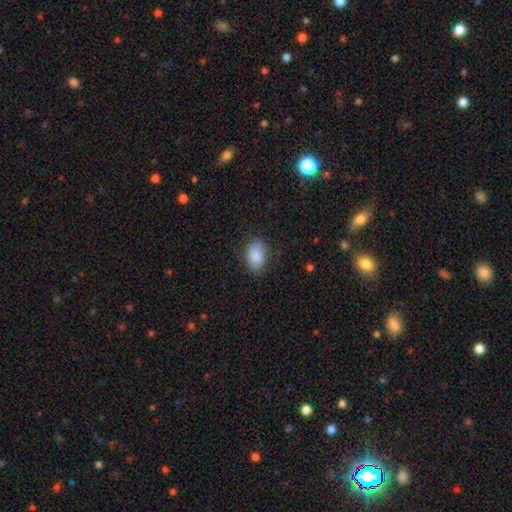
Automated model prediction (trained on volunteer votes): Smooth or featured?
  - smooth: 88% *
  - star or artifact: 7%
  - featured or disk: 5%
How rounded?
  - in between: 89% *
  - round: 10%
  - cigar-shaped: 1%
Merging?
  - none: 82% *
  - minor disturbance: 14%
  - major disturbance: 3%
  - merger: 1%